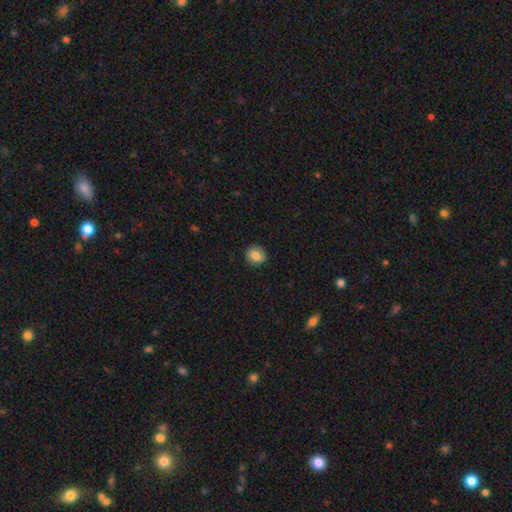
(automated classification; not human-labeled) This appears to be a smooth galaxy with no disk features (83%) that is round (76%). Merging: none (89%).